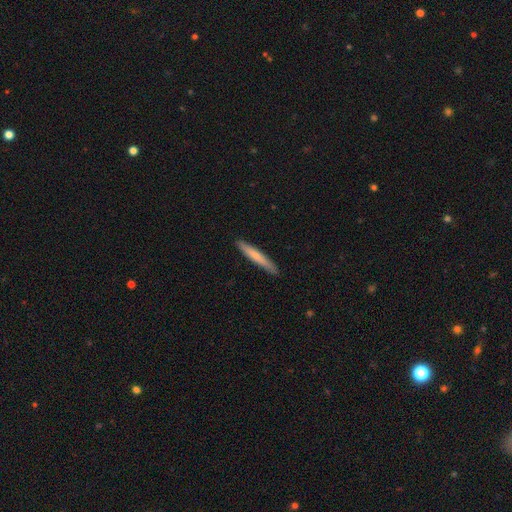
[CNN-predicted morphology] Smooth or featured: smooth — 70% (featured or disk — 24%)
How rounded: cigar-shaped — 95% (in between — 3%)
Merging: none — 91% (minor disturbance — 7%)